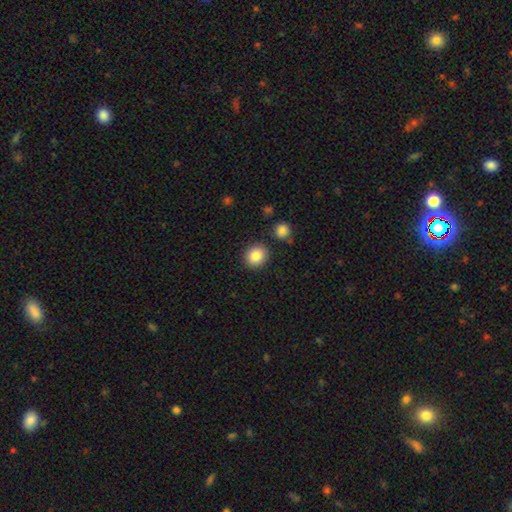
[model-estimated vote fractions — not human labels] smooth-or-featured: smooth: 86% | star or artifact: 8% | featured or disk: 6%
  how-rounded: round: 82% | in between: 17% | cigar-shaped: 1%
  merging: none: 88% | minor disturbance: 7% | merger: 3% | major disturbance: 2%